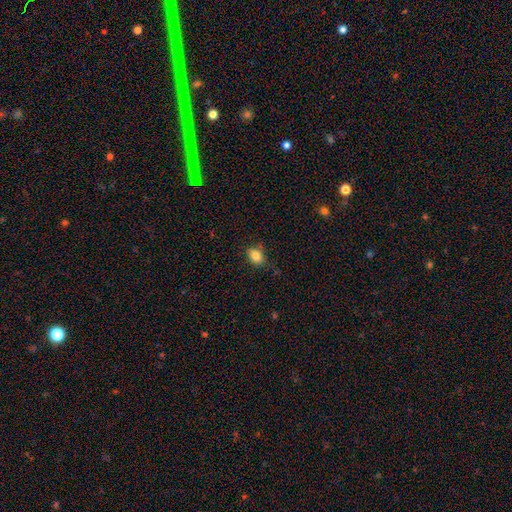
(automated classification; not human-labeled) Smooth or featured?
  - smooth: 85% *
  - star or artifact: 9%
  - featured or disk: 6%
How rounded?
  - in between: 68% *
  - round: 31%
  - cigar-shaped: 1%
Merging?
  - none: 76% *
  - minor disturbance: 18%
  - major disturbance: 4%
  - merger: 2%